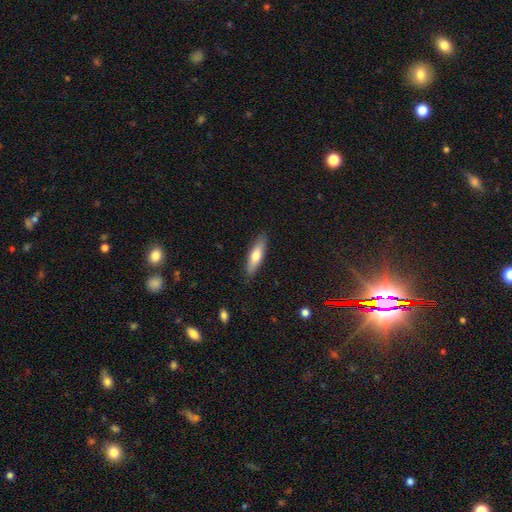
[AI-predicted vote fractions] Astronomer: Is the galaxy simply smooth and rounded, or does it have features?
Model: smooth — 68%.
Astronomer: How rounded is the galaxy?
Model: cigar-shaped — 58% (runner-up: in between, 40%).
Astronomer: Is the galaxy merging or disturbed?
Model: none — 87%.